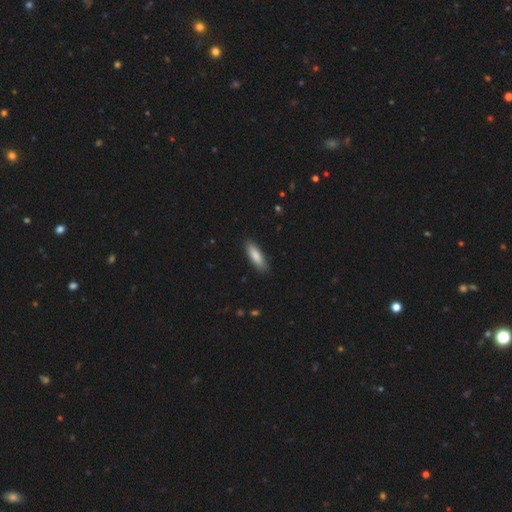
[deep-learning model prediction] Q: Smooth or featured?
A: smooth (84%); runner-up: featured or disk (11%)
Q: How rounded?
A: cigar-shaped (51%); runner-up: in between (47%)
Q: Merging?
A: none (89%); runner-up: minor disturbance (9%)